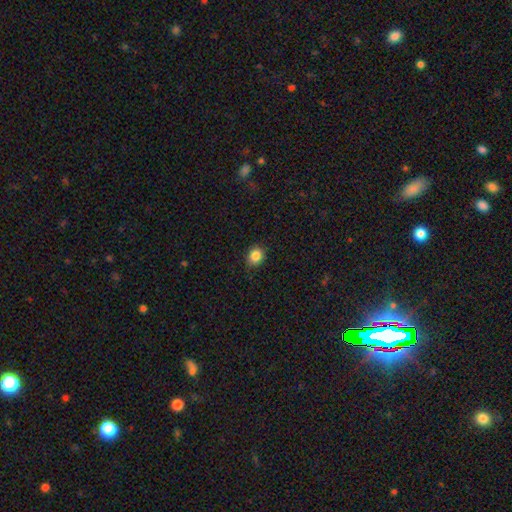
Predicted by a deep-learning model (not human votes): A smooth galaxy with no disk features (85%) that is round (66%). Merging: none (87%).